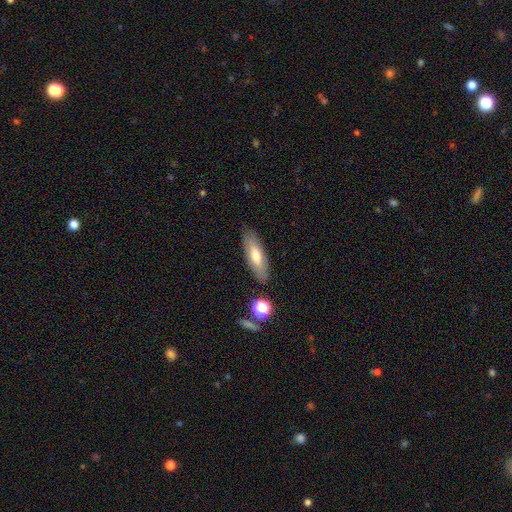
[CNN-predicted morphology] smooth-or-featured: smooth: 58% | featured or disk: 35% | star or artifact: 7%
  how-rounded: in between: 54% | cigar-shaped: 43% | round: 3%
  merging: none: 85% | minor disturbance: 11% | major disturbance: 3% | merger: 2%